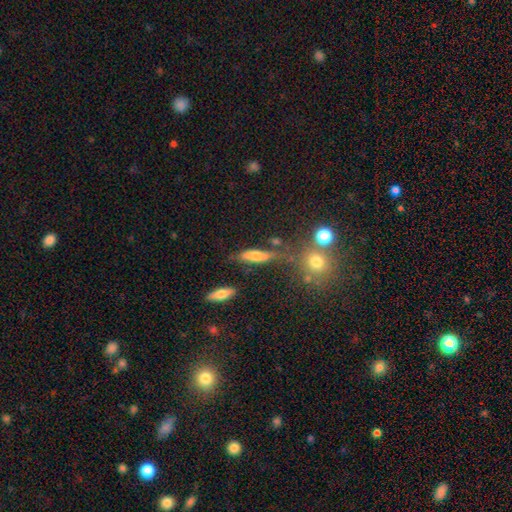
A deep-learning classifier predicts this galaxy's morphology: A smooth galaxy with no disk features (60%) that is cigar-shaped (61%).

Vote fractions:
- Smooth or featured? smooth: 60% / featured or disk: 26% / star or artifact: 13%
- How rounded? cigar-shaped: 61% / in between: 33% / round: 7%
- Merging? none: 56% / minor disturbance: 21% / merger: 13% / major disturbance: 10%